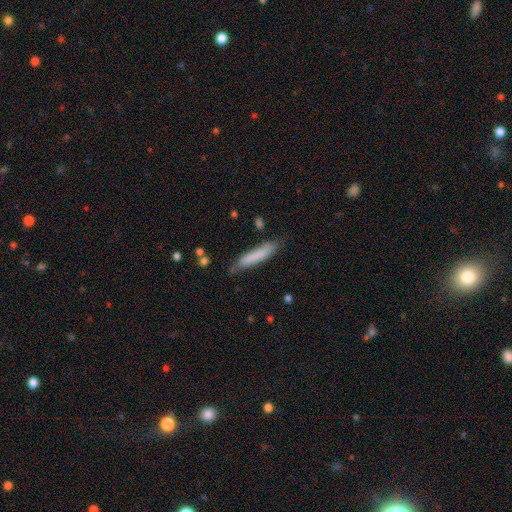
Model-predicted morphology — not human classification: A smooth galaxy with no disk features (76%) that is cigar-shaped (88%).

Vote fractions:
- Smooth or featured? smooth: 76% / featured or disk: 18% / star or artifact: 6%
- How rounded? cigar-shaped: 88% / in between: 11% / round: 1%
- Merging? none: 72% / minor disturbance: 20% / major disturbance: 4% / merger: 3%